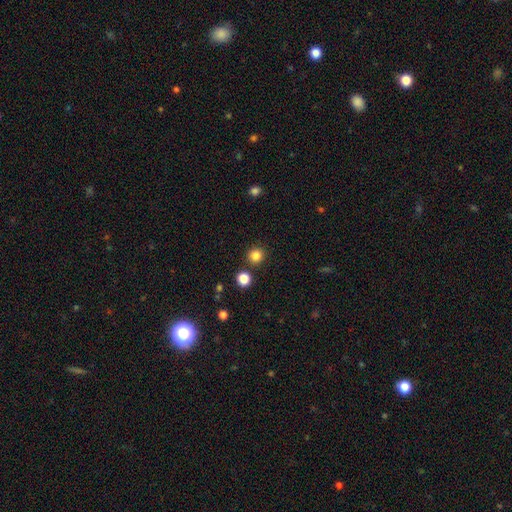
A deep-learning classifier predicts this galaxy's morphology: Overall: smooth (83%). How rounded: round (93%). Merging: none (88%).